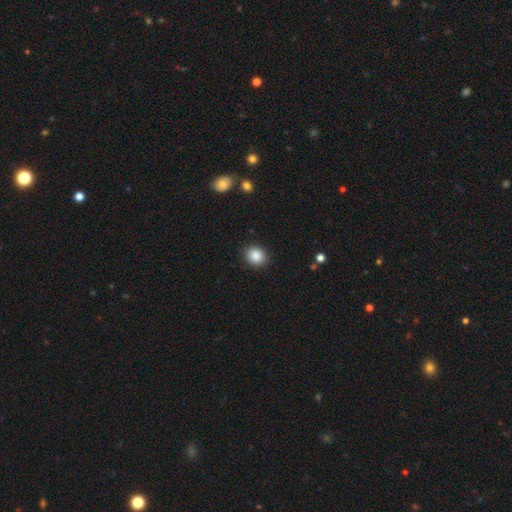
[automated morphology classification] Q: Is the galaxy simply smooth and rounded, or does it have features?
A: smooth — 87%.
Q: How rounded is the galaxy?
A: round — 82%.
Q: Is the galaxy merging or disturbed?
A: none — 91%.